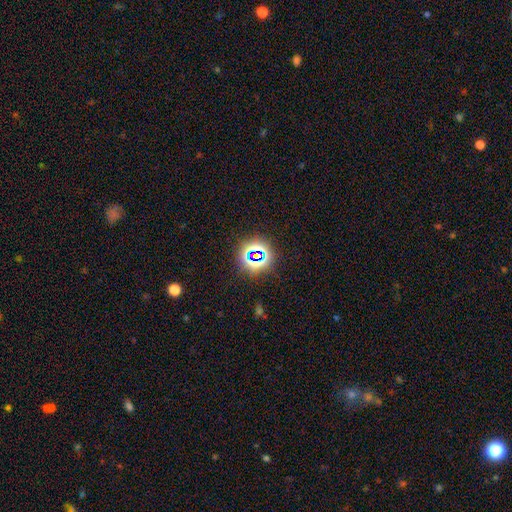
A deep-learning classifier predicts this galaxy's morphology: A star or artifact, not a galaxy (72%).